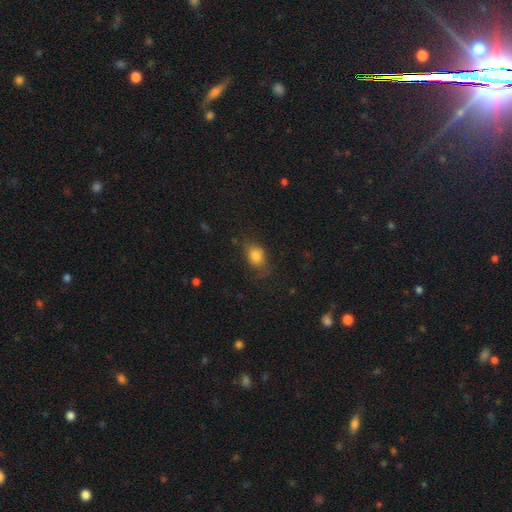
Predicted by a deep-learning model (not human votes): Overall: smooth (80%). How rounded: in between (73%). Merging: none (68%).